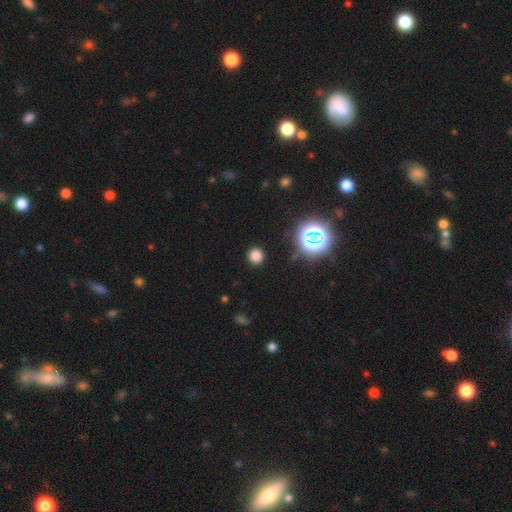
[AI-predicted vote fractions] The model was most divided on "smooth or featured": smooth: 74%, star or artifact: 21%, featured or disk: 5%. More confident: how rounded — round (92%); merging — none (90%).